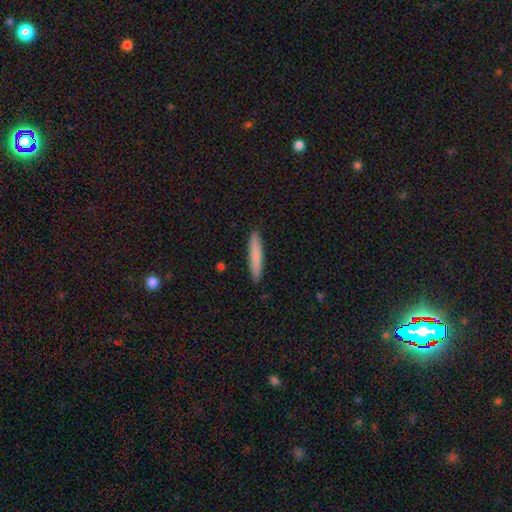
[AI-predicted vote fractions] Q: Smooth or featured?
A: smooth (80%); runner-up: featured or disk (15%)
Q: How rounded?
A: cigar-shaped (93%); runner-up: in between (6%)
Q: Merging?
A: none (90%); runner-up: minor disturbance (7%)